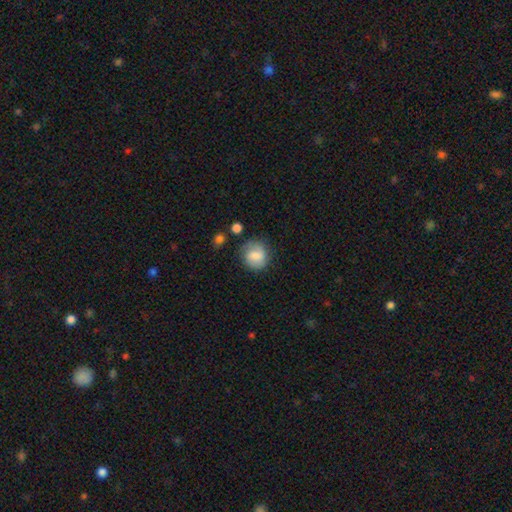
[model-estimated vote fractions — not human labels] Smooth or featured?
  - smooth: 72% *
  - featured or disk: 20%
  - star or artifact: 8%
How rounded?
  - round: 82% *
  - in between: 17%
  - cigar-shaped: 1%
Merging?
  - none: 70% *
  - minor disturbance: 20%
  - major disturbance: 7%
  - merger: 4%